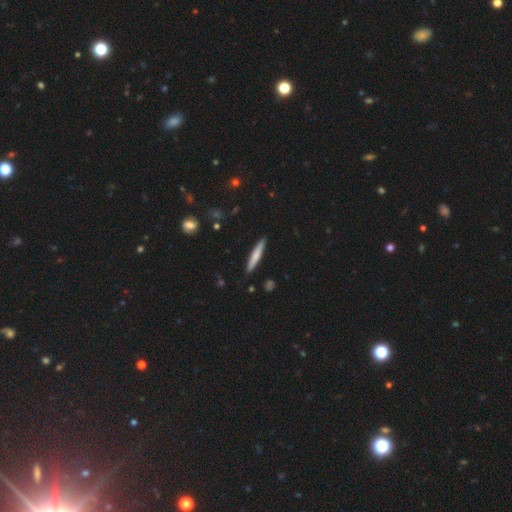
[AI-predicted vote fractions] smooth_or_featured: smooth (p=0.66) [alt: featured or disk p=0.29]
how_rounded: cigar-shaped (p=0.94) [alt: in between p=0.05]
merging: none (p=0.90) [alt: minor disturbance p=0.07]